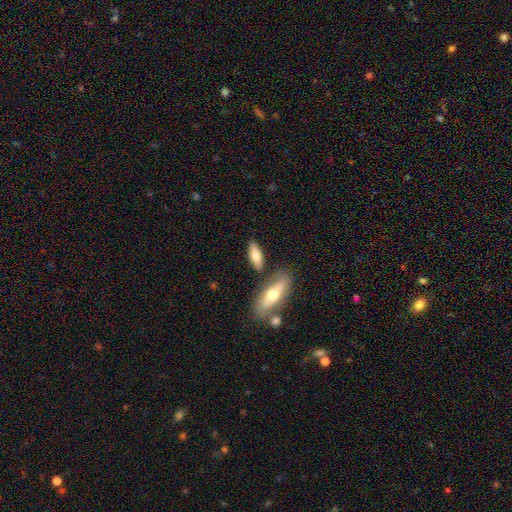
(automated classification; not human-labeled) smooth-or-featured: smooth: 72% | featured or disk: 22% | star or artifact: 6%
  how-rounded: in between: 66% | cigar-shaped: 32% | round: 2%
  merging: none: 73% | minor disturbance: 13% | merger: 11% | major disturbance: 3%